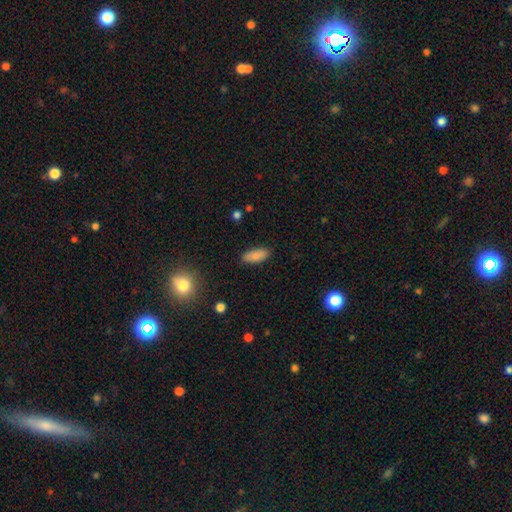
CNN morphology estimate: Overall: smooth (84%). How rounded: in between (80%). Merging: none (86%).